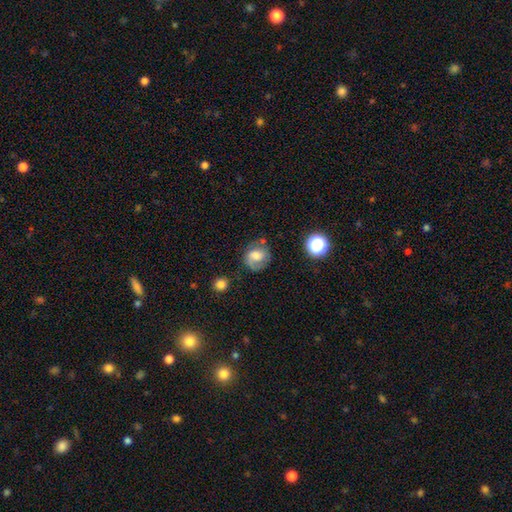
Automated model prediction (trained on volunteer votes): This appears to be a smooth galaxy with no disk features (49%). Merging: none (59%).